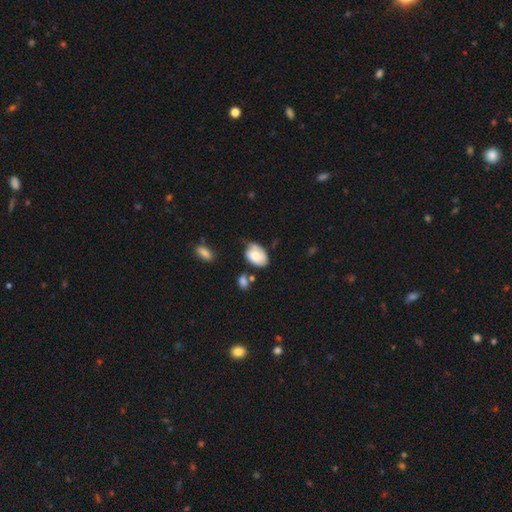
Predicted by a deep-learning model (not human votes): The model was most divided on "merging": none: 42%, minor disturbance: 38%, major disturbance: 12%, merger: 8%. More confident: how rounded — in between (85%); smooth or featured — smooth (64%).